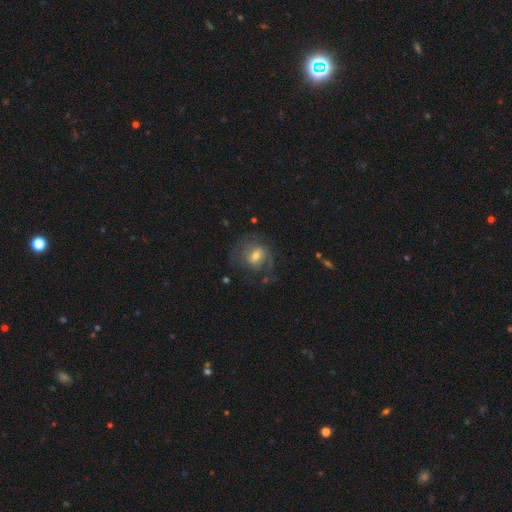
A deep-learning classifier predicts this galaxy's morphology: This is likely a featured or disk galaxy (66%). It is clearly not viewed edge-on (97%). Bar: possibly weak (50%). Spiral arm pattern: clearly yes (81%). Spiral arm count: possibly 2 (47%). Spiral winding: marginally medium (41%). Central bulge: likely moderate (62%). Merging: possibly none (58%).